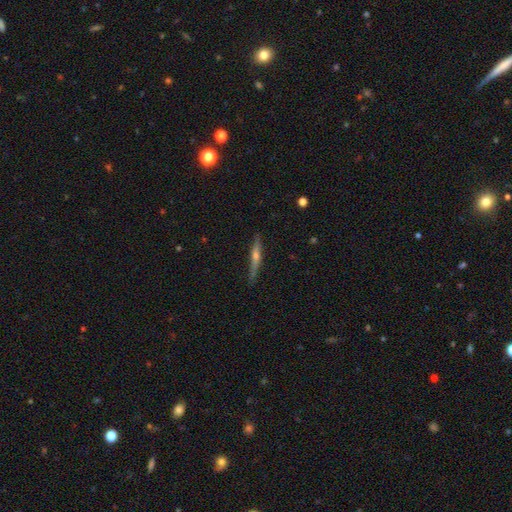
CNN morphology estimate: smooth_or_featured: featured or disk (p=0.68) [alt: smooth p=0.26]
disk_edge_on: yes (p=0.97) [alt: no p=0.03]
edge_on_bulge: rounded (p=0.84) [alt: none p=0.11]
merging: none (p=0.86) [alt: minor disturbance p=0.11]